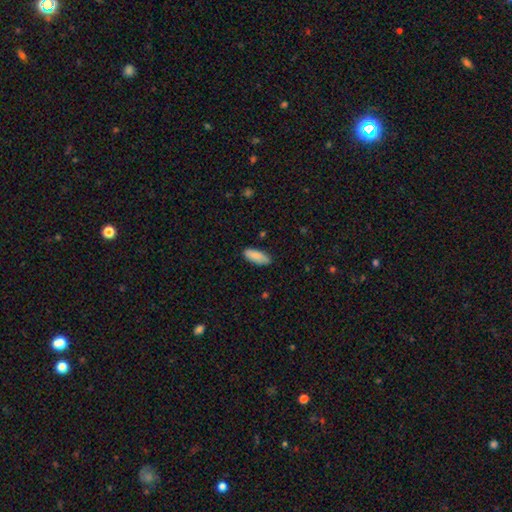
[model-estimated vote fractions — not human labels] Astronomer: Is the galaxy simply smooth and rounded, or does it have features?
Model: smooth — 88%.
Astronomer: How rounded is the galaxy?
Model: in between — 77%.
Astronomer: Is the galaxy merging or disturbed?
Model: none — 86%.